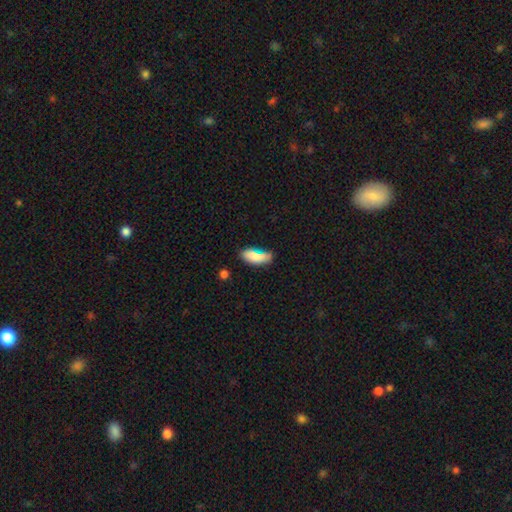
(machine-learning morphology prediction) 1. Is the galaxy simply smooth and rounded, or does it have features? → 81% smooth, 11% featured or disk, 9% star or artifact.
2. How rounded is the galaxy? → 75% in between, 22% cigar-shaped, 3% round.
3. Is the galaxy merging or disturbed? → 69% none, 20% minor disturbance, 6% merger, 5% major disturbance.